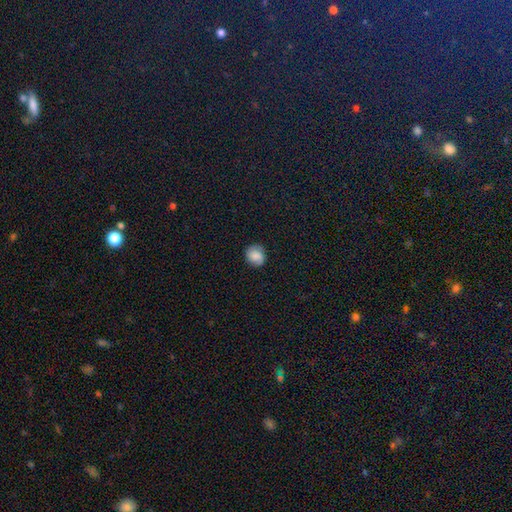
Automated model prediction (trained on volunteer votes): This is likely a smooth galaxy (75%). How rounded: clearly round (80%). Merging: clearly none (82%).